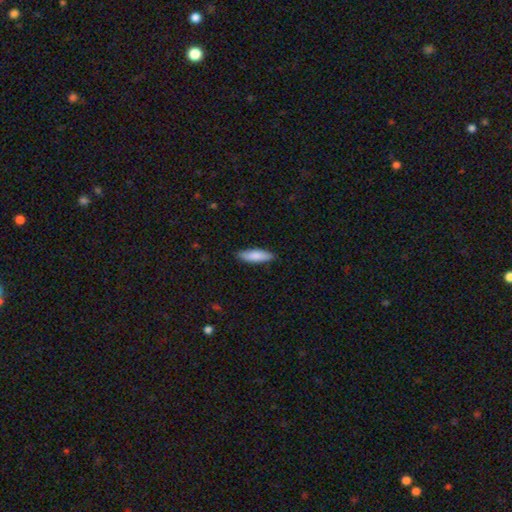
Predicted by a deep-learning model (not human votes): This is clearly a smooth galaxy (86%). How rounded: possibly cigar-shaped (52%). Merging: clearly none (87%).